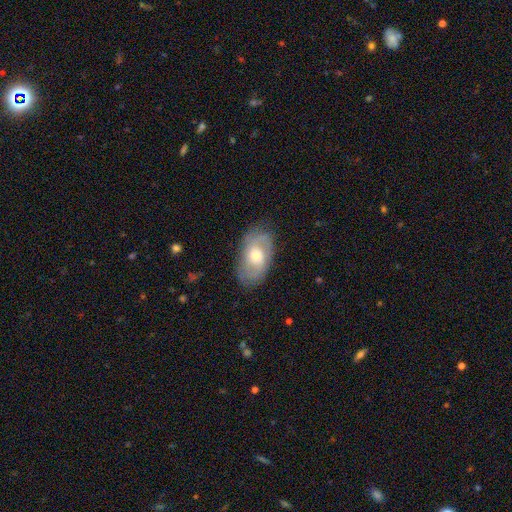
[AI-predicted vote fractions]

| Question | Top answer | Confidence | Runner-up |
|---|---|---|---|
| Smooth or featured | featured or disk | 58% | smooth (36%) |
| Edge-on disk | no | 93% | yes (7%) |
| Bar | no | 62% | weak (32%) |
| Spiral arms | yes | 79% | no (21%) |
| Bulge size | moderate | 62% | small (31%) |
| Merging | none | 76% | minor disturbance (18%) |